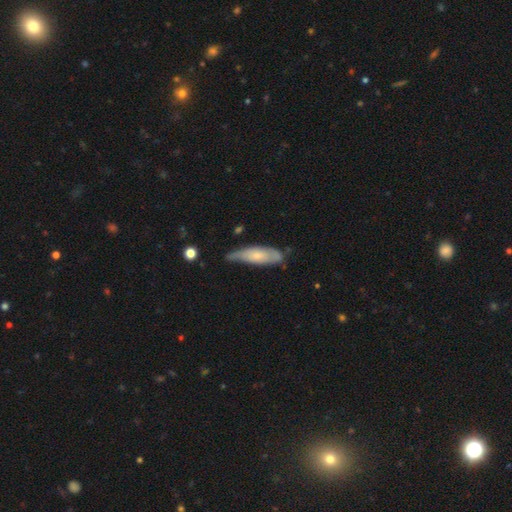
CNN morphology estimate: smooth 49%, featured or disk 44%, star or artifact 7%. Down the decision tree: merging — none (57%).